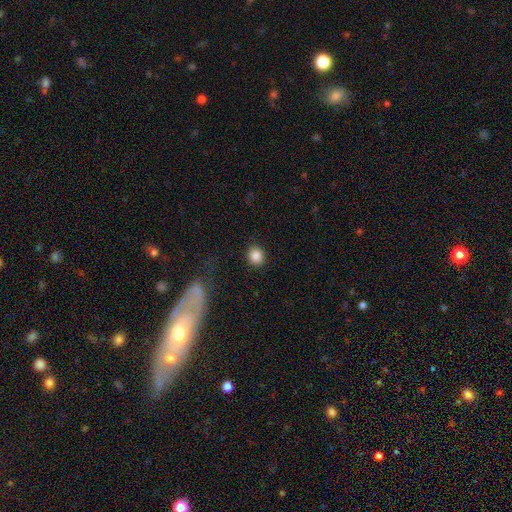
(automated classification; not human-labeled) Smooth or featured? Predicted: smooth (p=0.87). How rounded? Predicted: round (p=0.79). Merging? Predicted: none (p=0.88).